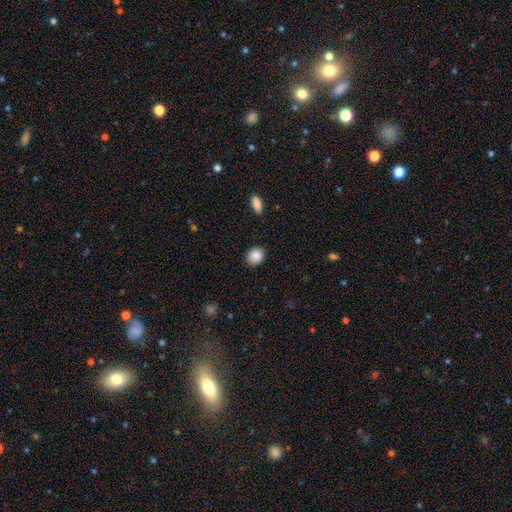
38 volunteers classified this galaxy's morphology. Smooth or featured?
  - smooth: 87% *
  - star or artifact: 11%
  - featured or disk: 3%
How rounded?
  - round: 61% *
  - in between: 36%
  - cigar-shaped: 3%
Merging?
  - none: 79% *
  - minor disturbance: 18%
  - merger: 3%
  - major disturbance: 0%